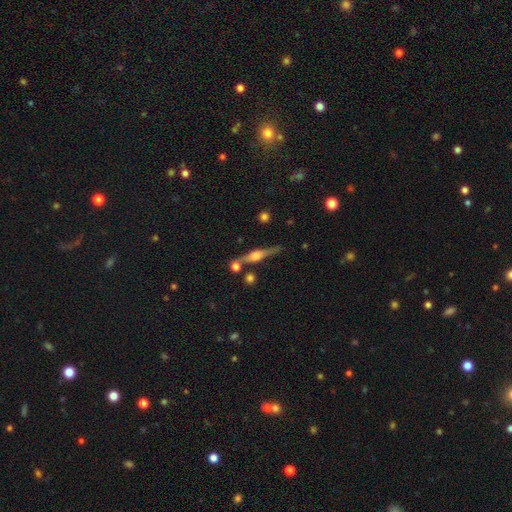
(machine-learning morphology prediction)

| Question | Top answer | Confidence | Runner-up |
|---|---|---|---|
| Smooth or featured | featured or disk | 77% | smooth (15%) |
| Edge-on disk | yes | 97% | no (3%) |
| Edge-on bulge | rounded | 87% | boxy (11%) |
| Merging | none | 76% | minor disturbance (11%) |